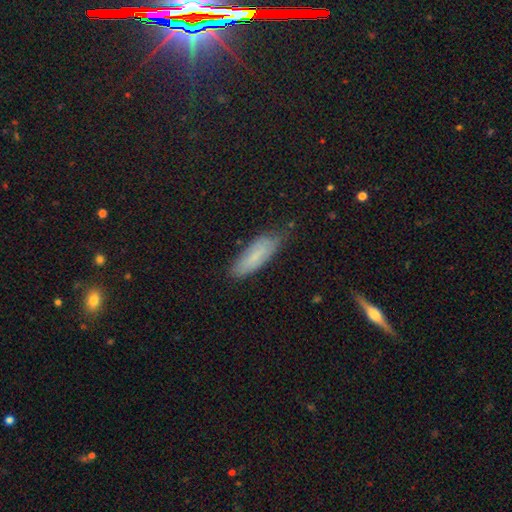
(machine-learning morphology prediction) Q: Smooth or featured?
A: smooth (73%); runner-up: featured or disk (18%)
Q: How rounded?
A: in between (56%); runner-up: cigar-shaped (42%)
Q: Merging?
A: none (68%); runner-up: minor disturbance (26%)